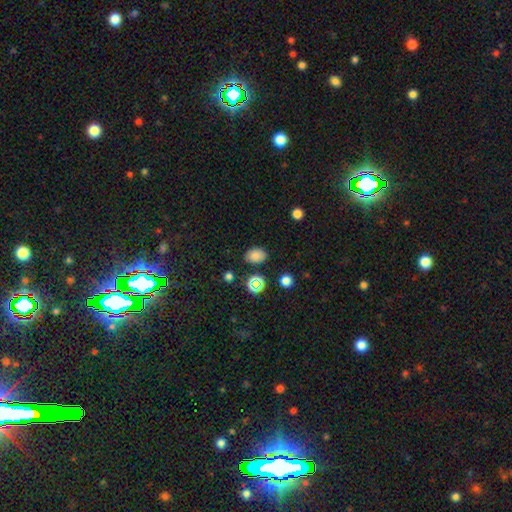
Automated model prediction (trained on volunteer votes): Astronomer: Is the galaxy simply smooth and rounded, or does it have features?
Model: smooth — 79%.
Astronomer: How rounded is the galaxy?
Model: in between — 74%.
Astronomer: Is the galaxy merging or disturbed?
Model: none — 80%.